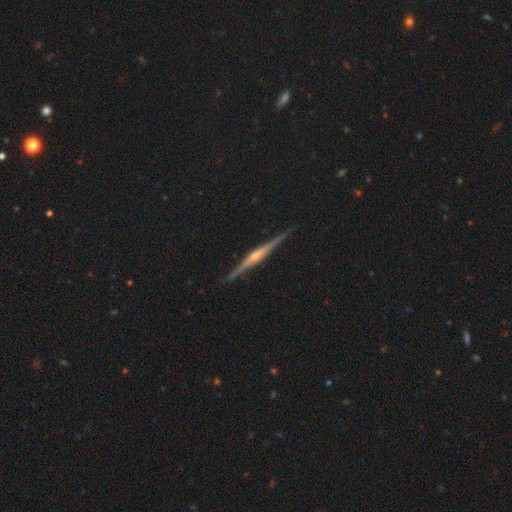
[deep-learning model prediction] Smooth or featured? featured or disk (84%)
Edge-on disk? yes (98%)
Edge-on bulge? rounded (77%)
Merging? none (91%)